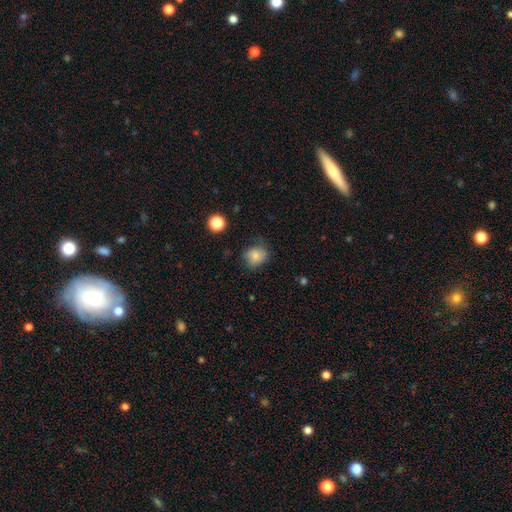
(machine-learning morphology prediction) This appears to be a smooth galaxy with no disk features (81%) that is round (62%). Merging: none (65%).